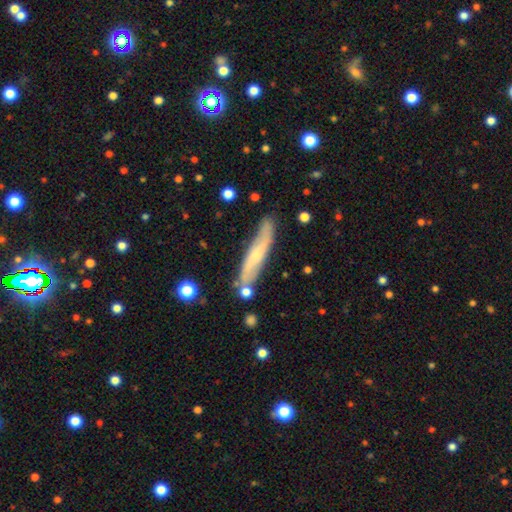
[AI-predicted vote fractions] This is possibly a featured or disk galaxy (56%). It is likely viewed edge-on (61%). Merging: likely none (74%).